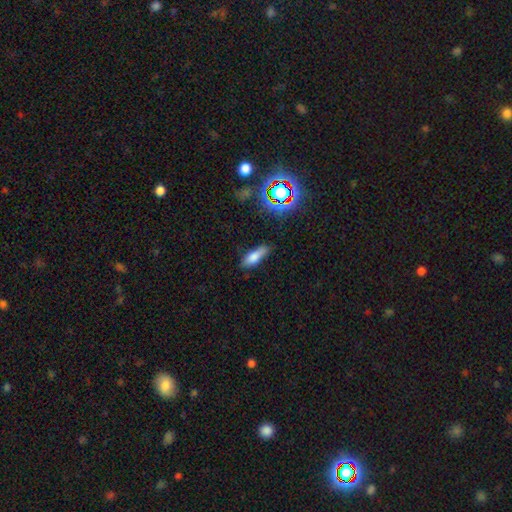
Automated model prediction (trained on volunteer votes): smooth 73%, featured or disk 15%, star or artifact 12%. Down the decision tree: how rounded — in between (59%); merging — none (66%).